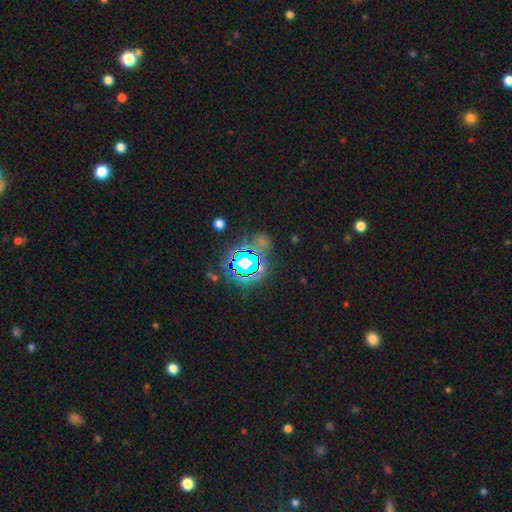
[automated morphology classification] Smooth or featured?
  - star or artifact: 83% *
  - smooth: 10%
  - featured or disk: 7%